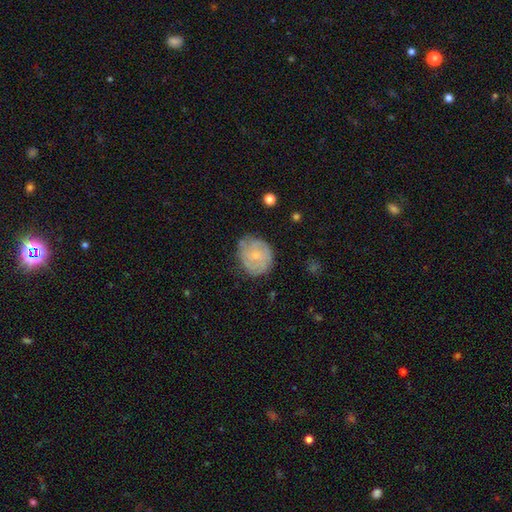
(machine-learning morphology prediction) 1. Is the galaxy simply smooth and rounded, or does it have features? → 51% featured or disk, 42% smooth, 7% star or artifact.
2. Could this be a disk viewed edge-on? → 97% no, 3% yes.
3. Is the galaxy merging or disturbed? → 68% none, 24% minor disturbance, 7% major disturbance, 2% merger.